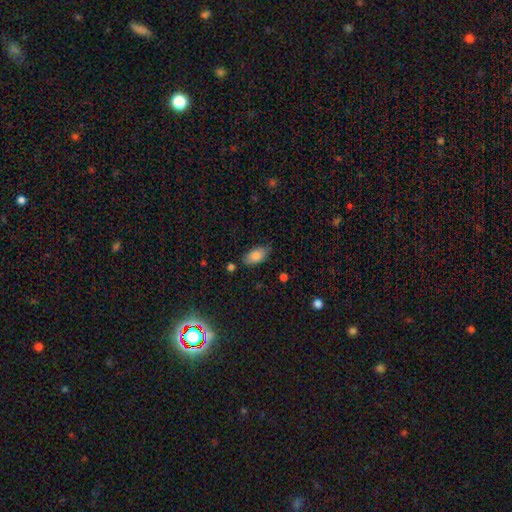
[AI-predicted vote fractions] smooth_or_featured: smooth (p=0.82) [alt: featured or disk p=0.10]
how_rounded: in between (p=0.91) [alt: cigar-shaped p=0.05]
merging: none (p=0.72) [alt: minor disturbance p=0.22]